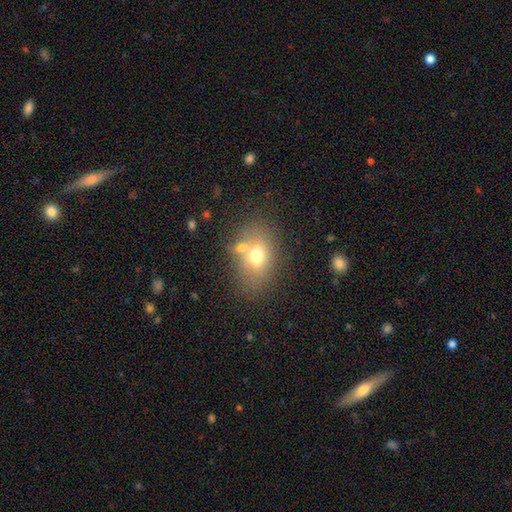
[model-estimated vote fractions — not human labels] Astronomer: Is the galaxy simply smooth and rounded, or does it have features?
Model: smooth — 67%.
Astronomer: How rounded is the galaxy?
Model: in between — 74%.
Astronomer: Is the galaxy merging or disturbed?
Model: none — 57%.